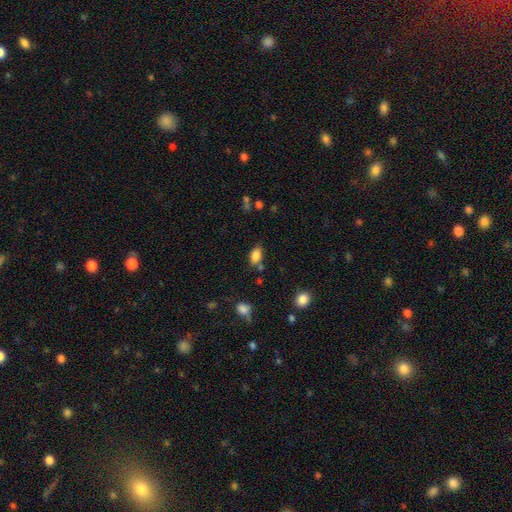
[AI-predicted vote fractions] Overall: smooth (85%). How rounded: in between (88%). Merging: none (67%).